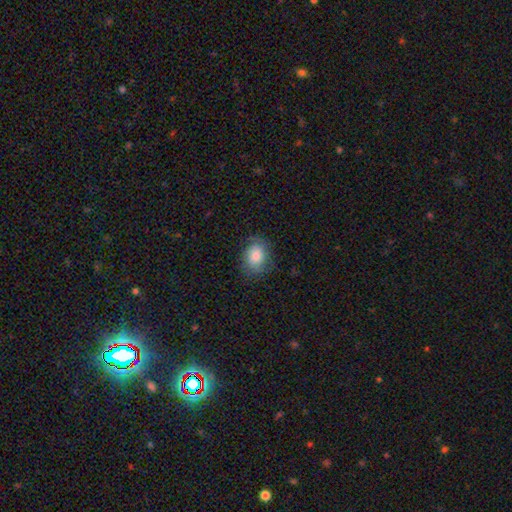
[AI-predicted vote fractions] This appears to be a smooth galaxy with no disk features (76%) that is in between round and cigar-shaped (54%). Merging: none (75%).